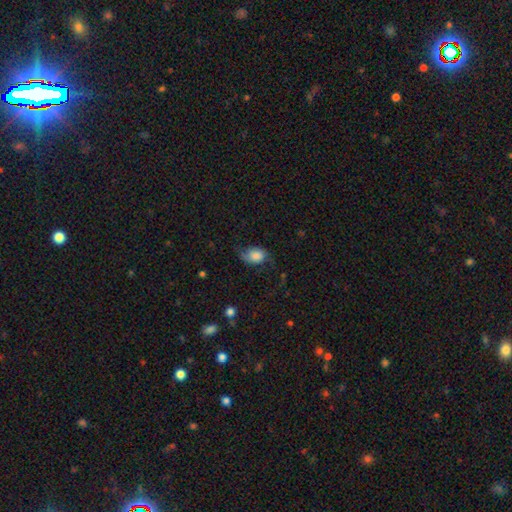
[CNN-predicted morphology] Smooth or featured? Predicted: smooth (p=0.56). How rounded? Predicted: in between (p=0.73). Merging? Predicted: none (p=0.51).